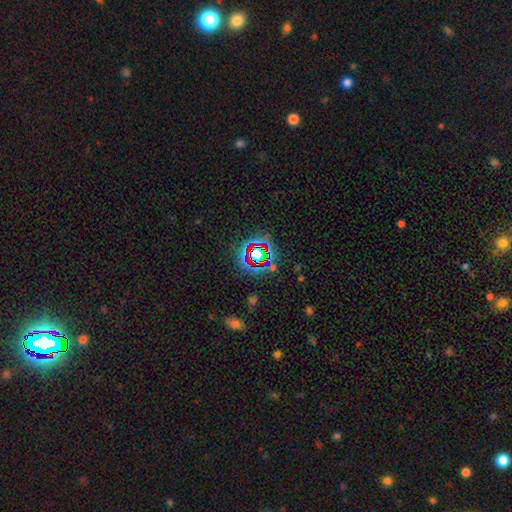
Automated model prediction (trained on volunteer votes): Morphology: type=star or artifact (68%).